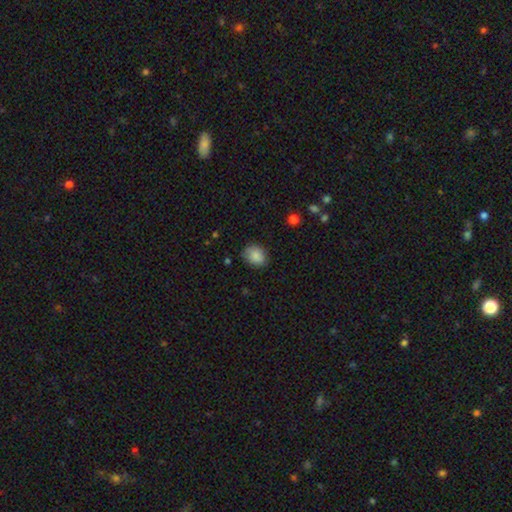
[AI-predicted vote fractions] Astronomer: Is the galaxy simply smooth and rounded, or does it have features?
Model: smooth — 87%.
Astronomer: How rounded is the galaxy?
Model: in between — 50% (runner-up: round, 49%).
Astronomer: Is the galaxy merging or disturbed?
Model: none — 76%.